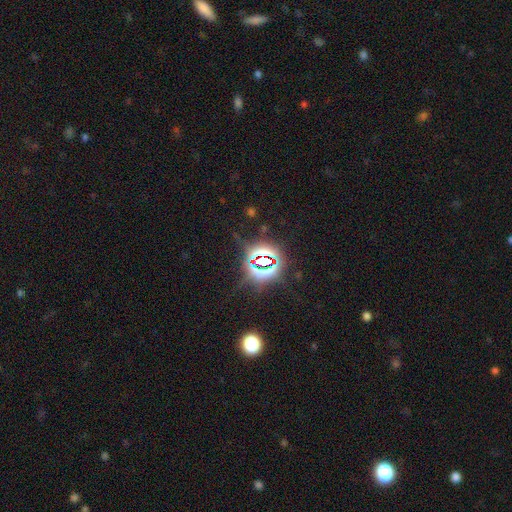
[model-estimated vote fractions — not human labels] A star or artifact, not a galaxy (81%).